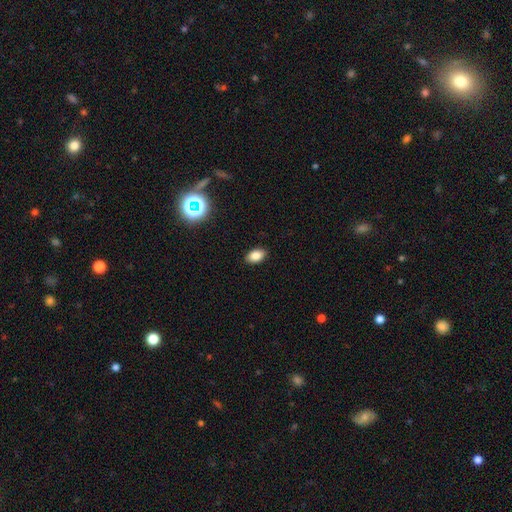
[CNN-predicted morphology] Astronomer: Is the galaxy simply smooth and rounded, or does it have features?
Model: smooth — 83%.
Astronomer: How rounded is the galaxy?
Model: in between — 89%.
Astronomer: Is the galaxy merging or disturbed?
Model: none — 89%.